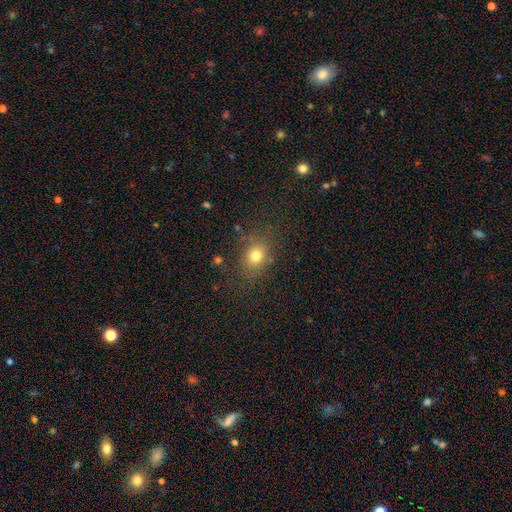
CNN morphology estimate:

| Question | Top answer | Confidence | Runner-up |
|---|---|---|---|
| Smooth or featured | smooth | 77% | star or artifact (14%) |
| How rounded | round | 54% | in between (45%) |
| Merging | none | 77% | minor disturbance (14%) |